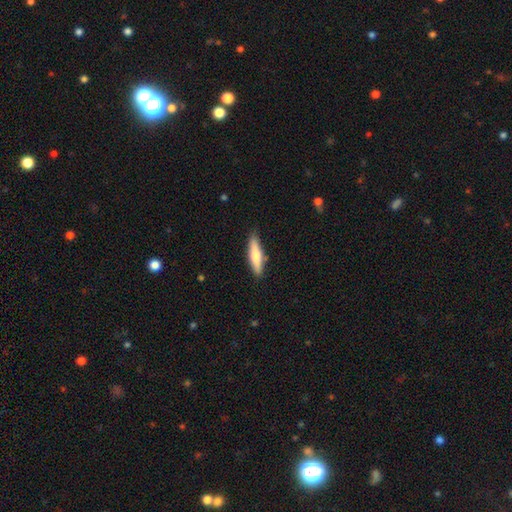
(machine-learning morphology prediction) A smooth galaxy with no disk features (65%) that is cigar-shaped (72%). Merging: none (84%).